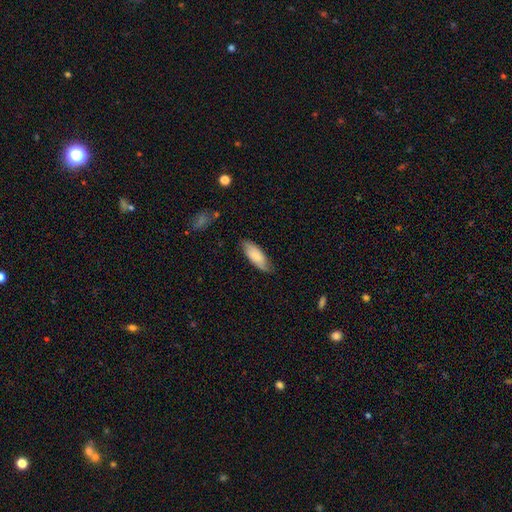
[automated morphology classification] Smooth or featured: smooth — 78% (featured or disk — 16%)
How rounded: in between — 70% (cigar-shaped — 28%)
Merging: none — 75% (minor disturbance — 21%)